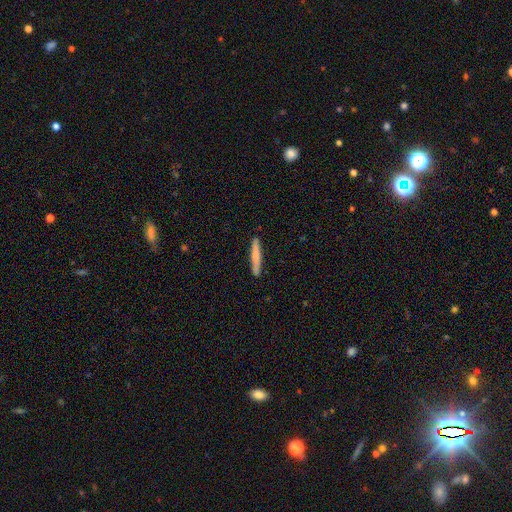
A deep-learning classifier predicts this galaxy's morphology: Smooth or featured? smooth (69%)
How rounded? cigar-shaped (95%)
Merging? none (90%)